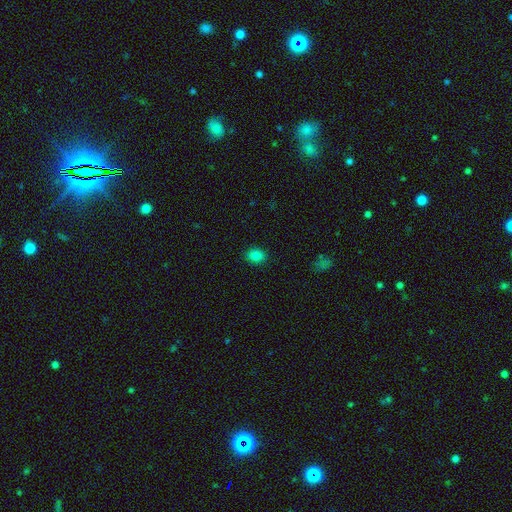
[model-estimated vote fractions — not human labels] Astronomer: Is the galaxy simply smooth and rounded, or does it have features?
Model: smooth — 84%.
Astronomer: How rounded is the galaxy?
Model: in between — 62% (runner-up: round, 37%).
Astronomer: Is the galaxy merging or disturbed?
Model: none — 89%.